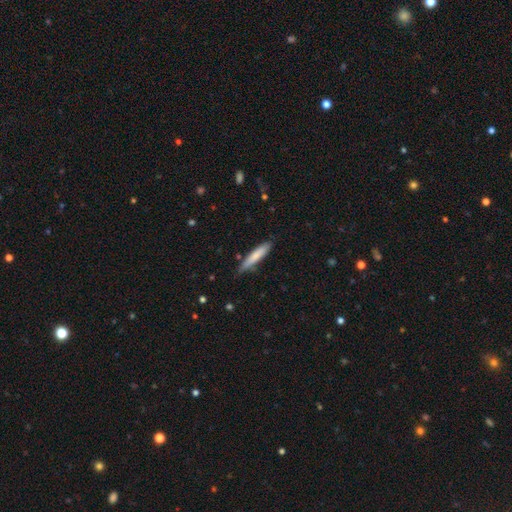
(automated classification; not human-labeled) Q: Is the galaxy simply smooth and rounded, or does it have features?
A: smooth — 75%.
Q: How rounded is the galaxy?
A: cigar-shaped — 87%.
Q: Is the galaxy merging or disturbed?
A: none — 76%.